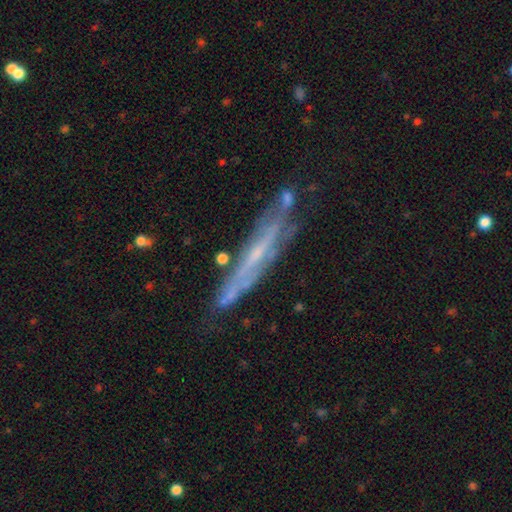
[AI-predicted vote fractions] smooth-or-featured: featured or disk: 70% | smooth: 22% | star or artifact: 8%
  disk-edge-on: yes: 72% | no: 28%
    edge-on-bulge: none: 65% | rounded: 28% | boxy: 7%
  merging: none: 68% | minor disturbance: 20% | major disturbance: 6% | merger: 5%